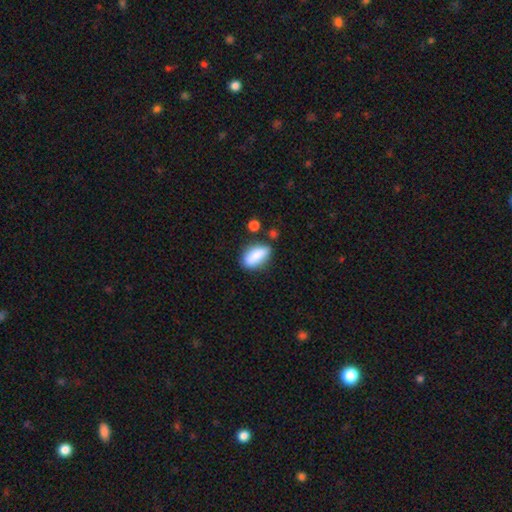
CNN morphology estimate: type=smooth (81%); roundness=in between (77%); merging=none (69%).